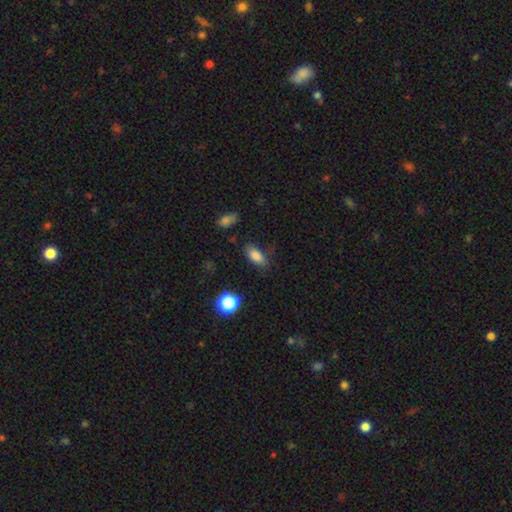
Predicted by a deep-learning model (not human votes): A smooth galaxy with no disk features (83%) that is in between round and cigar-shaped (85%). Merging: none (73%).